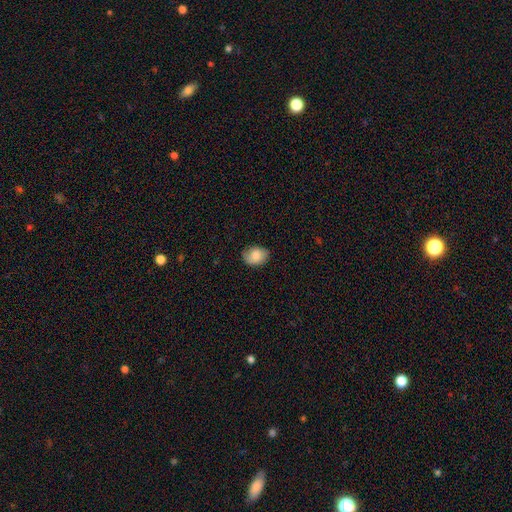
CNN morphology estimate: smooth_or_featured: smooth (p=0.82) [alt: featured or disk p=0.11]
how_rounded: in between (p=0.63) [alt: round p=0.36]
merging: none (p=0.77) [alt: minor disturbance p=0.18]